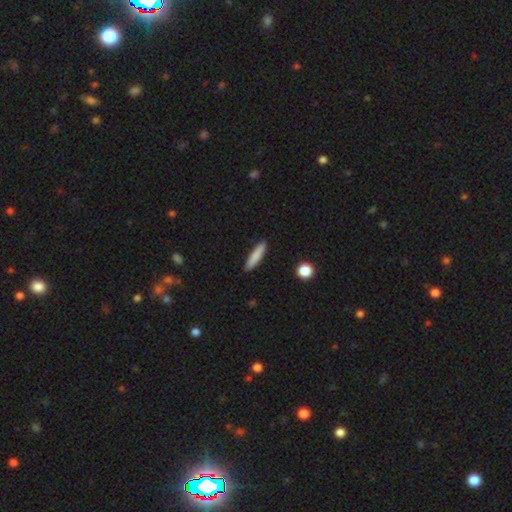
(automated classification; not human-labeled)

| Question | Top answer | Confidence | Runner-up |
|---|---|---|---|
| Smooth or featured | smooth | 83% | featured or disk (10%) |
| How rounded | cigar-shaped | 84% | in between (15%) |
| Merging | none | 89% | minor disturbance (8%) |